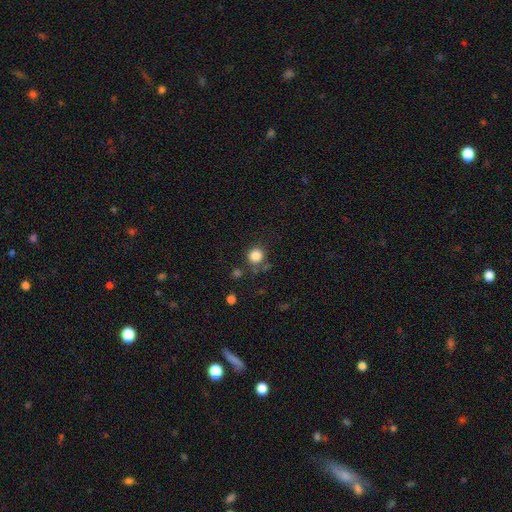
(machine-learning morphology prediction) Overall: smooth (84%). How rounded: round (92%). Merging: none (75%).